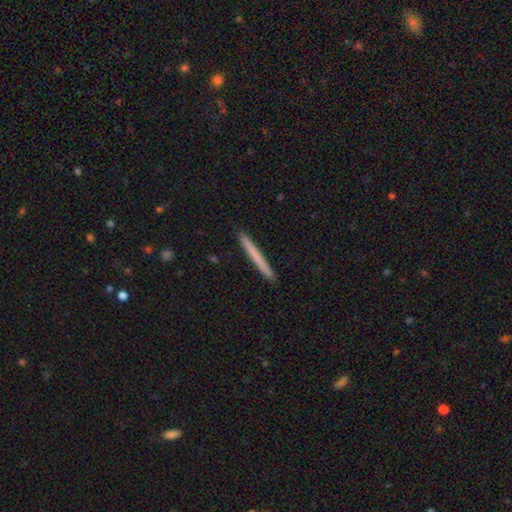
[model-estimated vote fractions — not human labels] A smooth galaxy with no disk features (68%) that is cigar-shaped (97%).

Vote fractions:
- Smooth or featured? smooth: 68% / featured or disk: 27% / star or artifact: 5%
- How rounded? cigar-shaped: 97% / in between: 1% / round: 1%
- Merging? none: 93% / minor disturbance: 5% / major disturbance: 1% / merger: 1%